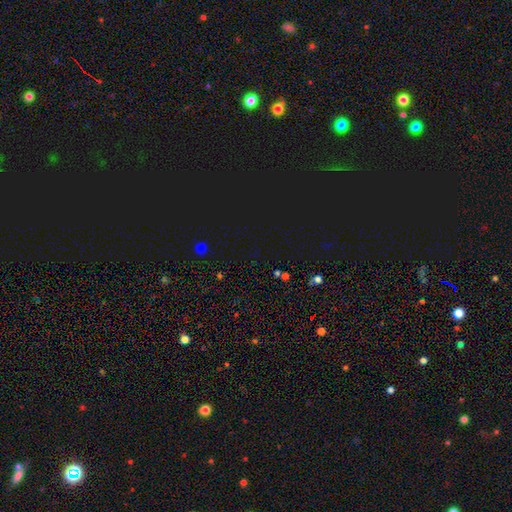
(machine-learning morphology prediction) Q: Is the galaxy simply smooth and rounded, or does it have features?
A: star or artifact — 70%.